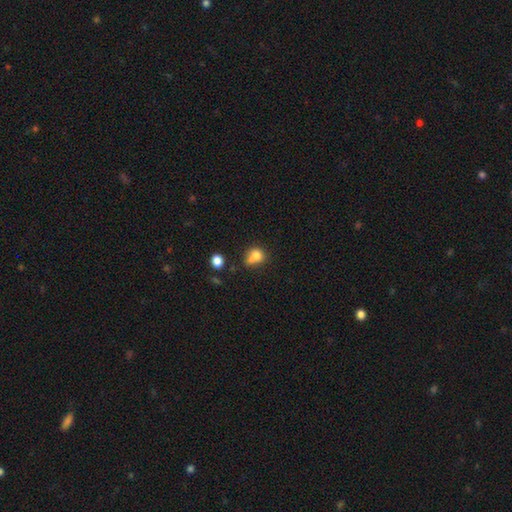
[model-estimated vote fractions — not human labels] Overall: smooth (76%). How rounded: round (64%; in between 35%). Merging: none (37%; merger 33%).